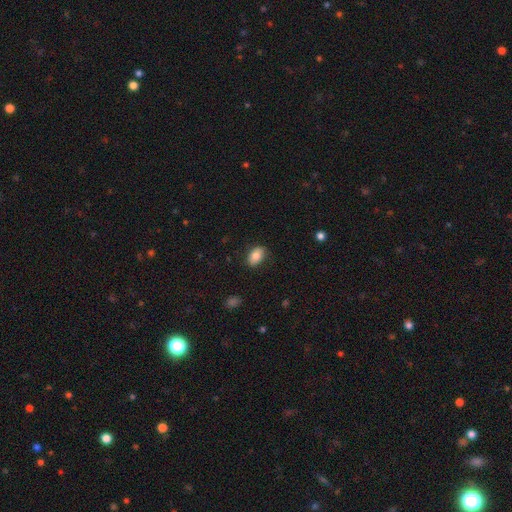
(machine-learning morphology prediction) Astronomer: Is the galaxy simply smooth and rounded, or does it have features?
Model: smooth — 83%.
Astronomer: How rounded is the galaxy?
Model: in between — 88%.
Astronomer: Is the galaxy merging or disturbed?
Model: none — 84%.